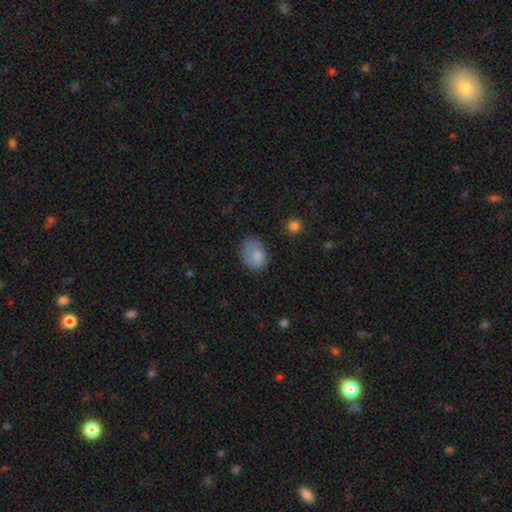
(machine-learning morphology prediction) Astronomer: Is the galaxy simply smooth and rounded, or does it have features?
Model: smooth — 80%.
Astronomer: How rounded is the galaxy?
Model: in between — 71%.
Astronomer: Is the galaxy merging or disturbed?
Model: none — 53% (runner-up: minor disturbance, 30%).